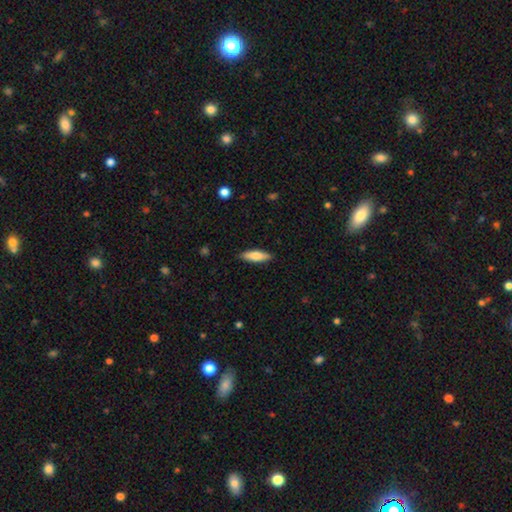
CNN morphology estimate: A smooth galaxy with no disk features (76%) that is cigar-shaped (55%).

Vote fractions:
- Smooth or featured? smooth: 76% / featured or disk: 18% / star or artifact: 6%
- How rounded? cigar-shaped: 55% / in between: 43% / round: 2%
- Merging? none: 89% / minor disturbance: 9% / major disturbance: 2% / merger: 1%